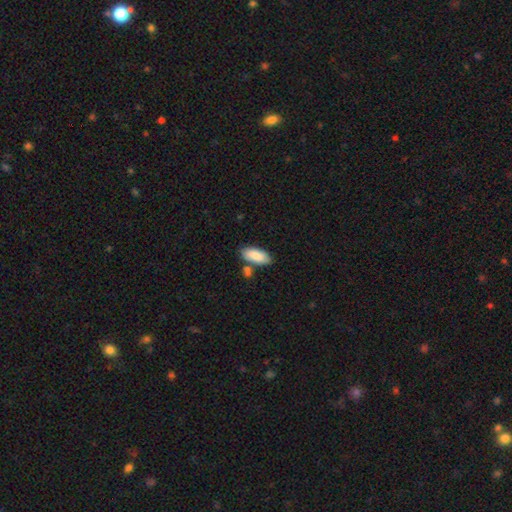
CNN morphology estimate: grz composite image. It shows a smooth galaxy with no disk features (86%) that is in between round and cigar-shaped (86%). Merging: none (67%).